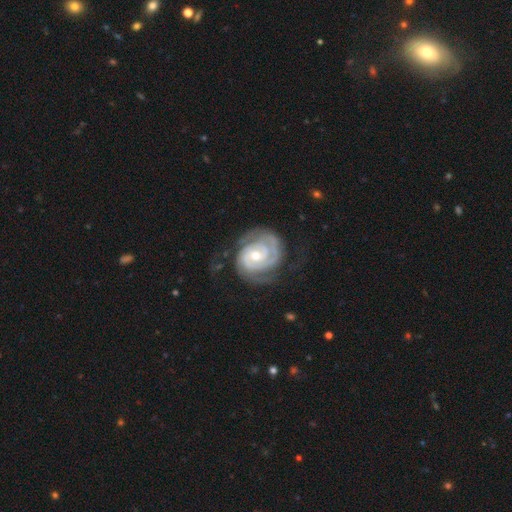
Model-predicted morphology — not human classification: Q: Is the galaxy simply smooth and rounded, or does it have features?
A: featured or disk — 89%.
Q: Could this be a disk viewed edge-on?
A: no — 98%.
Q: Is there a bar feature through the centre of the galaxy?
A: no — 66%.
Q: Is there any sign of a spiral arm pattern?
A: yes — 97%.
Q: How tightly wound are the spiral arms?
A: tight — 73%.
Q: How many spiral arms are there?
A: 2 — 55%.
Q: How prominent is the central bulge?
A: moderate — 49%.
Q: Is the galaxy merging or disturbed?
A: none — 67%.